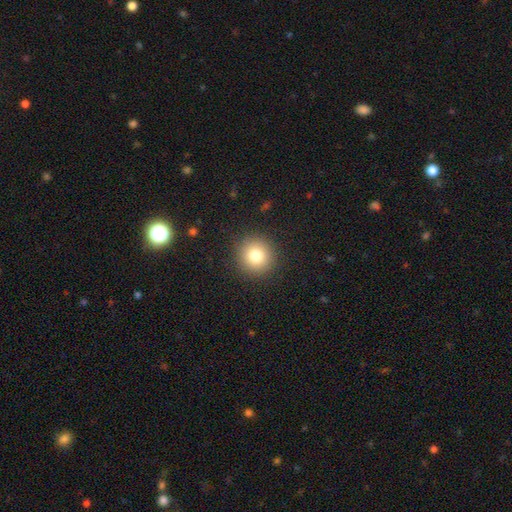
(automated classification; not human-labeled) This is likely a smooth galaxy (79%). How rounded: clearly round (92%). Merging: clearly none (91%).